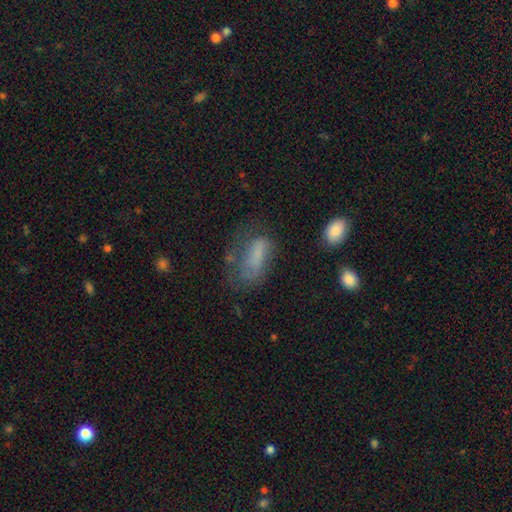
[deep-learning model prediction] Morphology: type=smooth (56%); roundness=in between (83%); merging=major disturbance (37%).